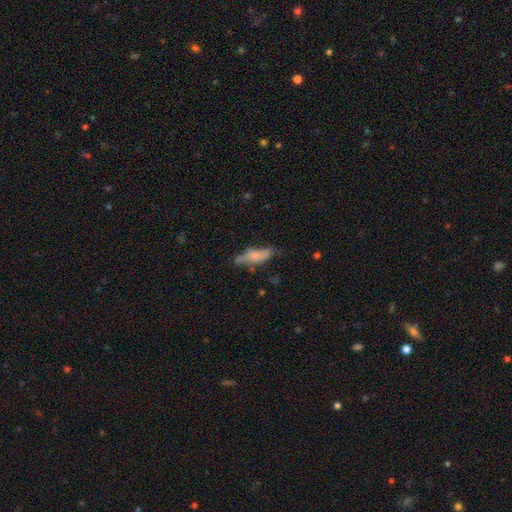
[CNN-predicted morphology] smooth_or_featured: smooth (p=0.70) [alt: featured or disk p=0.23]
how_rounded: cigar-shaped (p=0.52) [alt: in between p=0.45]
merging: none (p=0.55) [alt: minor disturbance p=0.30]